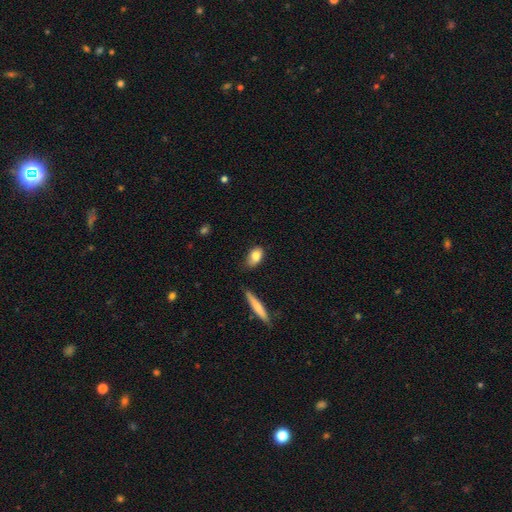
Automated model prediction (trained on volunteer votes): The model was most divided on "merging": none: 61%, minor disturbance: 29%, major disturbance: 6%, merger: 4%. More confident: how rounded — in between (84%); smooth or featured — smooth (81%).